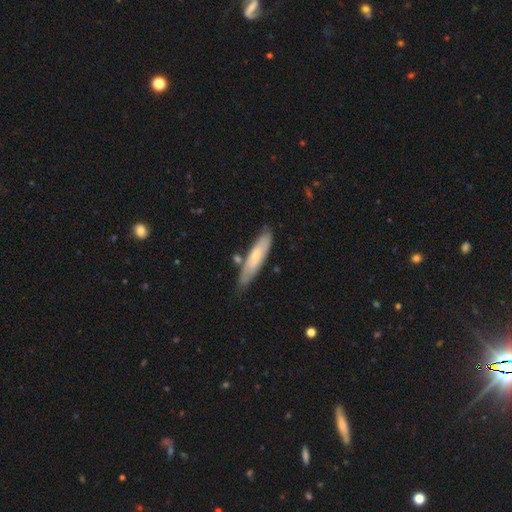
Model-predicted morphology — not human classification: Smooth or featured? smooth (52%)
How rounded? cigar-shaped (79%)
Merging? none (72%)